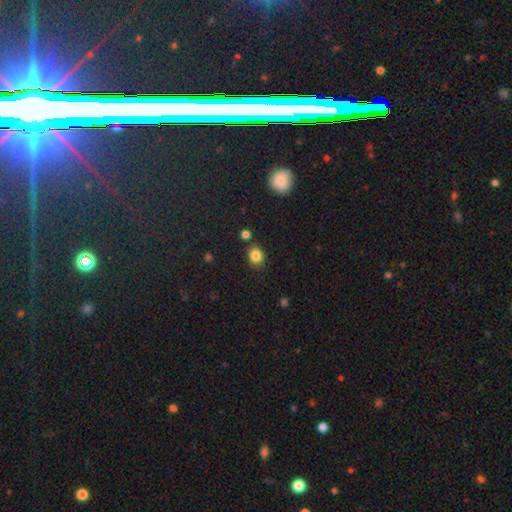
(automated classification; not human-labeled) Q: Smooth or featured?
A: smooth (84%); runner-up: star or artifact (11%)
Q: How rounded?
A: round (56%); runner-up: in between (43%)
Q: Merging?
A: none (81%); runner-up: minor disturbance (11%)